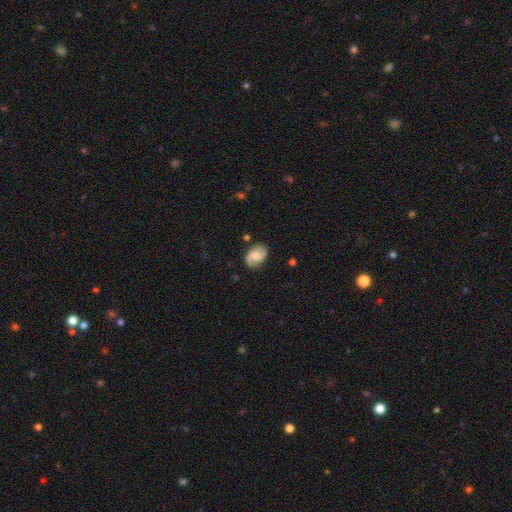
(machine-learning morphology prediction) The model was most divided on "bulge size": moderate: 40%, small: 33%, none: 18%, large: 7%, dominant: 2%. Remaining: edge-on disk — no (98%); spiral arms — yes (94%); spiral arm count — 2 (90%); merging — none (79%); smooth or featured — featured or disk (66%); bar — no (51%); spiral winding — medium (44%).